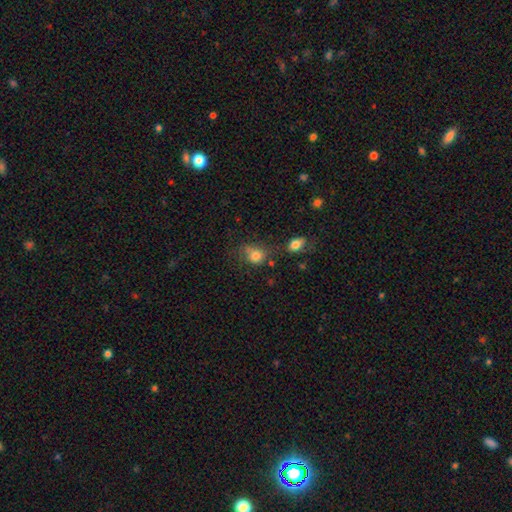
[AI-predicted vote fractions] This appears to be a smooth galaxy with no disk features (80%) that is round (60%). Merging: none (48%).